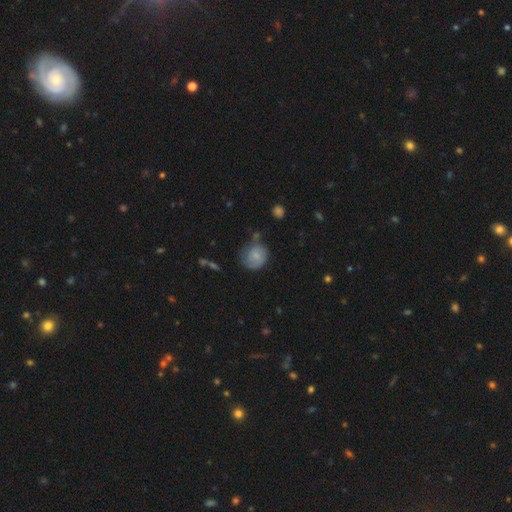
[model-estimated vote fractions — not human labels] This is likely a smooth galaxy (65%). How rounded: likely round (76%). Merging: possibly none (54%).